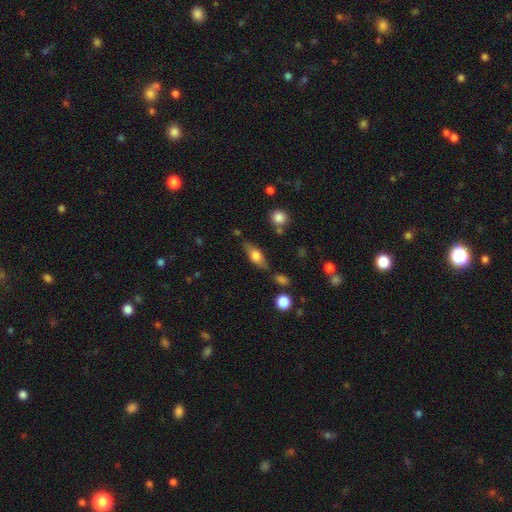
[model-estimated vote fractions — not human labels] smooth 62%, featured or disk 31%, star or artifact 7%. Down the decision tree: how rounded — in between (70%); merging — none (72%).